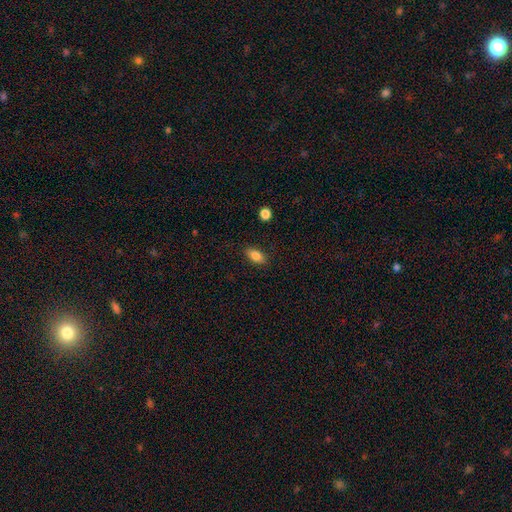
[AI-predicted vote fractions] A smooth galaxy with no disk features (85%) that is in between round and cigar-shaped (90%).

Vote fractions:
- Smooth or featured? smooth: 85% / star or artifact: 8% / featured or disk: 7%
- How rounded? in between: 90% / round: 6% / cigar-shaped: 4%
- Merging? none: 87% / minor disturbance: 9% / major disturbance: 2% / merger: 1%